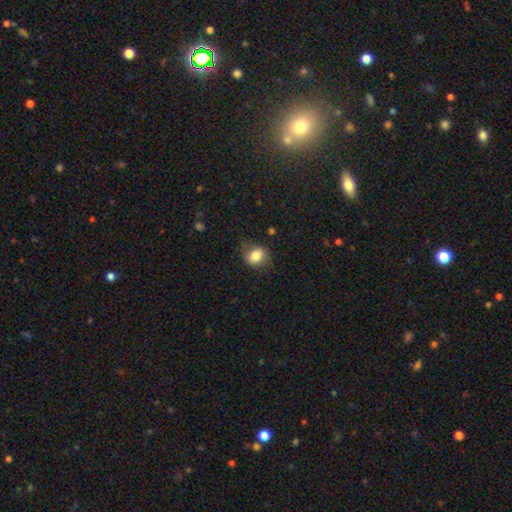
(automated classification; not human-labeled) Q: Smooth or featured?
A: smooth (79%); runner-up: featured or disk (12%)
Q: How rounded?
A: round (52%); runner-up: in between (47%)
Q: Merging?
A: none (67%); runner-up: minor disturbance (23%)